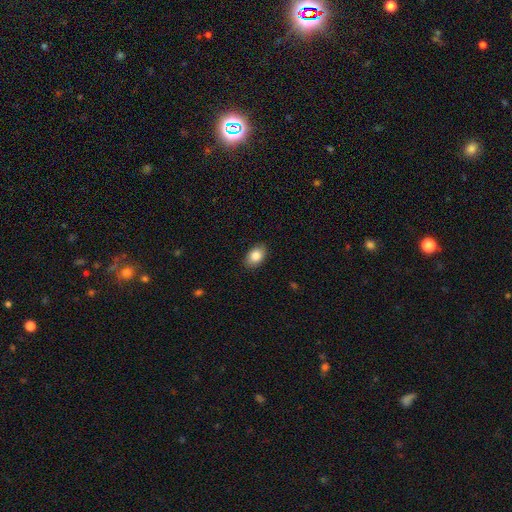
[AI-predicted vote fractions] A smooth galaxy with no disk features (85%) that is in between round and cigar-shaped (87%). Merging: none (88%).